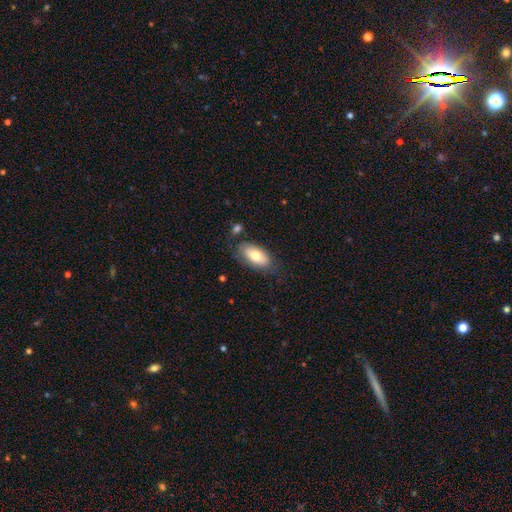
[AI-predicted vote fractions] Smooth or featured?
  - smooth: 70% *
  - featured or disk: 24%
  - star or artifact: 7%
How rounded?
  - in between: 92% *
  - cigar-shaped: 5%
  - round: 3%
Merging?
  - none: 71% *
  - minor disturbance: 19%
  - major disturbance: 6%
  - merger: 5%